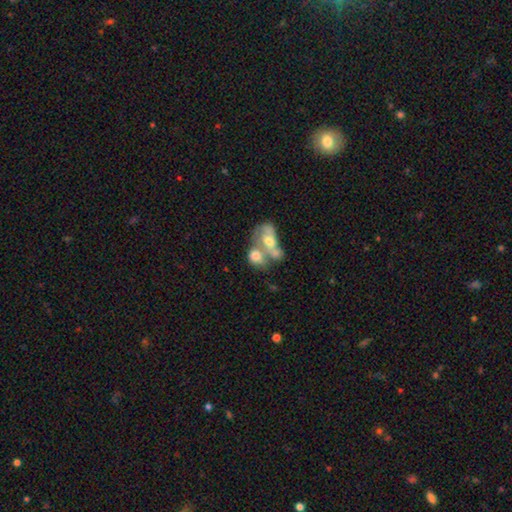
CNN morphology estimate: smooth-or-featured: smooth: 59% | featured or disk: 32% | star or artifact: 9%
  how-rounded: in between: 69% | round: 29% | cigar-shaped: 2%
  merging: merger: 72% | none: 13% | major disturbance: 8% | minor disturbance: 7%